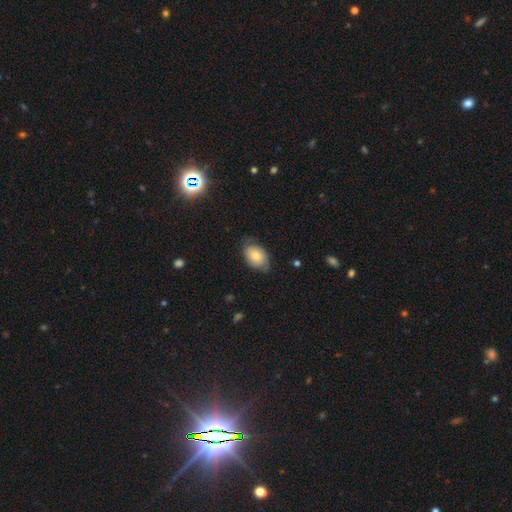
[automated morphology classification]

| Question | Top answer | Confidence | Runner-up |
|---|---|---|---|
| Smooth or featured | smooth | 58% | featured or disk (35%) |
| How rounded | in between | 84% | round (14%) |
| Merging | none | 61% | minor disturbance (28%) |